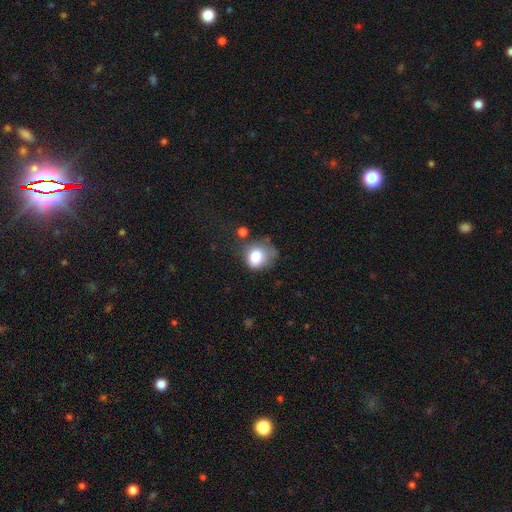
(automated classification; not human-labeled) smooth 77%, featured or disk 13%, star or artifact 10%. Down the decision tree: how rounded — round (58%); merging — none (39%).